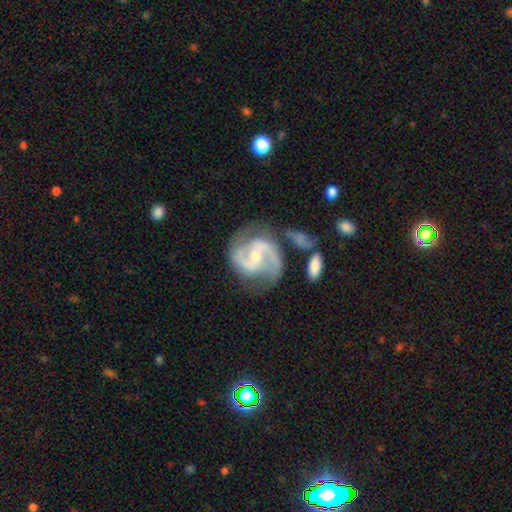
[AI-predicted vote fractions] This is clearly a featured or disk galaxy (90%). It is clearly not viewed edge-on (98%). Bar: marginally weak (41%). Spiral arm pattern: clearly yes (97%). Spiral arm count: clearly 2 (91%). Spiral winding: possibly medium (58%). Central bulge: possibly moderate (49%). Merging: likely none (70%).